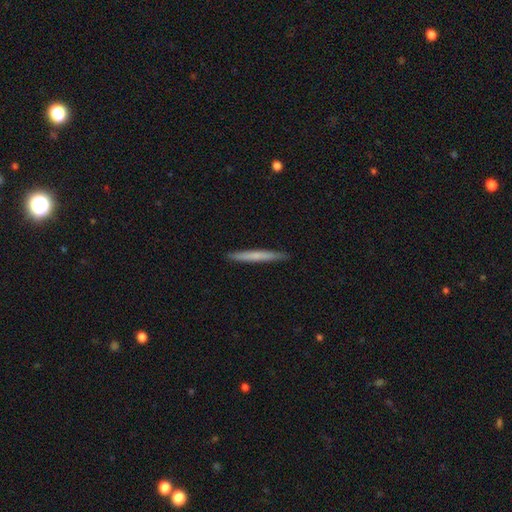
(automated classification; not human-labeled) Smooth or featured: smooth — 63% (featured or disk — 31%)
How rounded: cigar-shaped — 97% (in between — 2%)
Merging: none — 92% (minor disturbance — 6%)